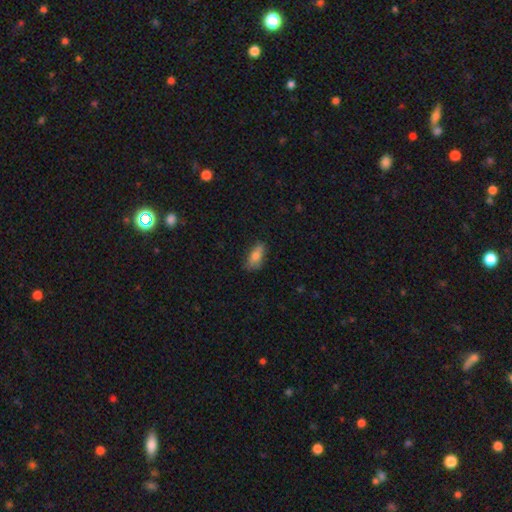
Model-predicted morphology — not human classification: Smooth or featured: smooth — 78% (featured or disk — 14%)
How rounded: in between — 77% (cigar-shaped — 19%)
Merging: none — 74% (minor disturbance — 21%)